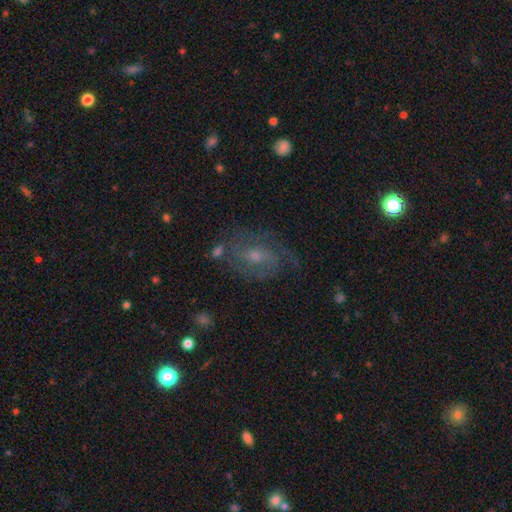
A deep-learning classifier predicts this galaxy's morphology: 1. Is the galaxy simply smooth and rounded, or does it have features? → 74% featured or disk, 14% smooth, 12% star or artifact.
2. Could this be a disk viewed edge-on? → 96% no, 4% yes.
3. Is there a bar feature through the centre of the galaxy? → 49% no, 43% weak, 9% strong.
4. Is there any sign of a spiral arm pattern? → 91% yes, 9% no.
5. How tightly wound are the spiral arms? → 44% medium, 42% tight, 13% loose.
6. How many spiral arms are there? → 45% 2, 27% can't tell, 13% 3, 6% 1, 4% 4, 4% more than 4.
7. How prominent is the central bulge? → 49% moderate, 42% small, 4% none, 4% large, 1% dominant.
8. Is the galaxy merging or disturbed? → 70% none, 17% minor disturbance, 10% major disturbance, 3% merger.